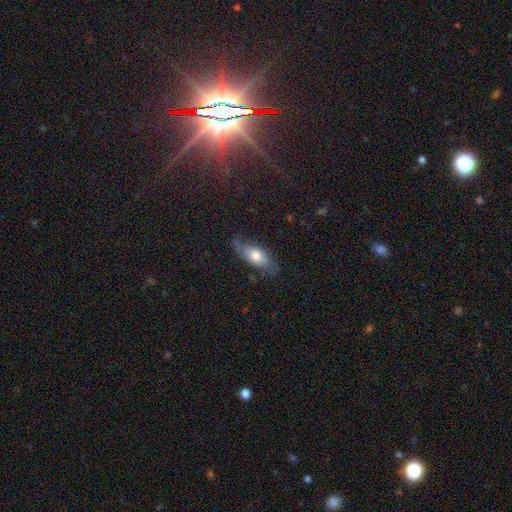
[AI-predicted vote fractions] Smooth or featured: smooth — 59% (featured or disk — 34%)
How rounded: in between — 80% (cigar-shaped — 16%)
Merging: none — 64% (minor disturbance — 26%)